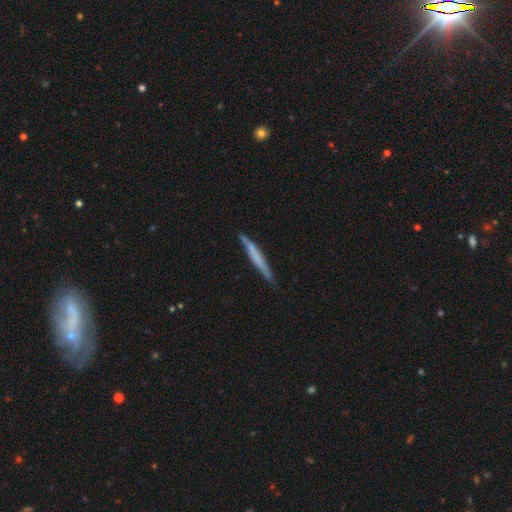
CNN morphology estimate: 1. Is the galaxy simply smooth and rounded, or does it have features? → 51% smooth, 44% featured or disk, 6% star or artifact.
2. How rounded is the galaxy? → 96% cigar-shaped, 3% in between, 1% round.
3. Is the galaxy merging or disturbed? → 82% none, 14% minor disturbance, 2% merger, 2% major disturbance.